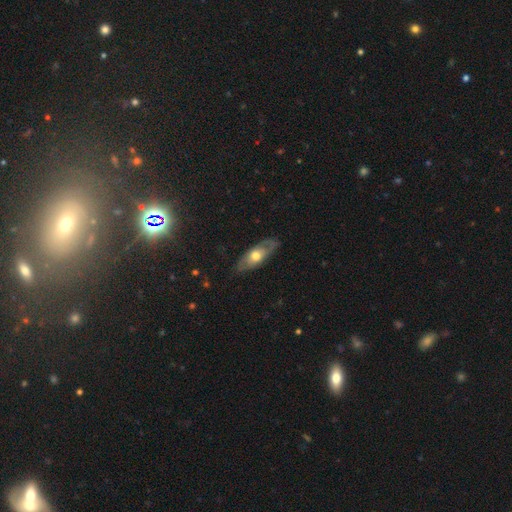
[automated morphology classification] Overall: featured or disk (54%; smooth 40%). Edge-on disk: no (68%; yes 32%). Merging: none (76%).